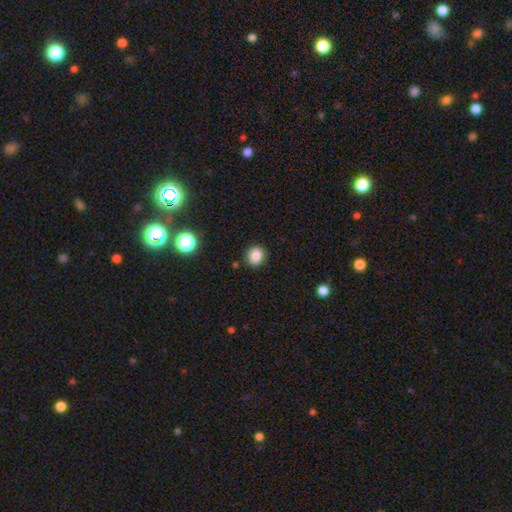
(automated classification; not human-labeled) A smooth galaxy with no disk features (83%) that is round (76%).

Vote fractions:
- Smooth or featured? smooth: 83% / star or artifact: 11% / featured or disk: 5%
- How rounded? round: 76% / in between: 23% / cigar-shaped: 1%
- Merging? none: 86% / minor disturbance: 9% / major disturbance: 2% / merger: 2%